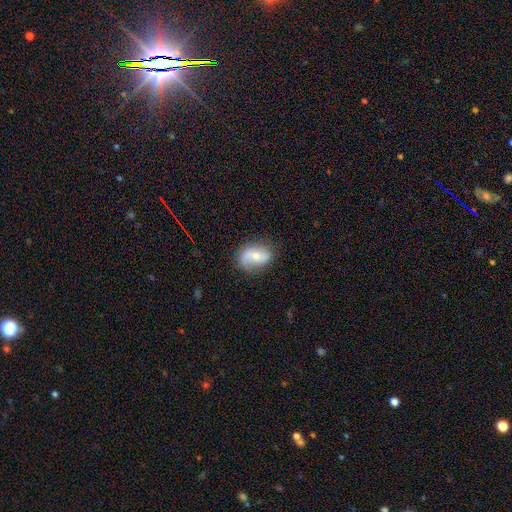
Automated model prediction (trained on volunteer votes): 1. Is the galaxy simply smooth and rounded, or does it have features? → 58% featured or disk, 34% smooth, 8% star or artifact.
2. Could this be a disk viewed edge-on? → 96% no, 4% yes.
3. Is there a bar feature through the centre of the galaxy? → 58% no, 31% weak, 11% strong.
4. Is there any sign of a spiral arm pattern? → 84% yes, 16% no.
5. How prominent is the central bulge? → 50% moderate, 45% small, 3% large, 2% none, 1% dominant.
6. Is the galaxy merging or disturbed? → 68% none, 22% minor disturbance, 8% major disturbance, 2% merger.